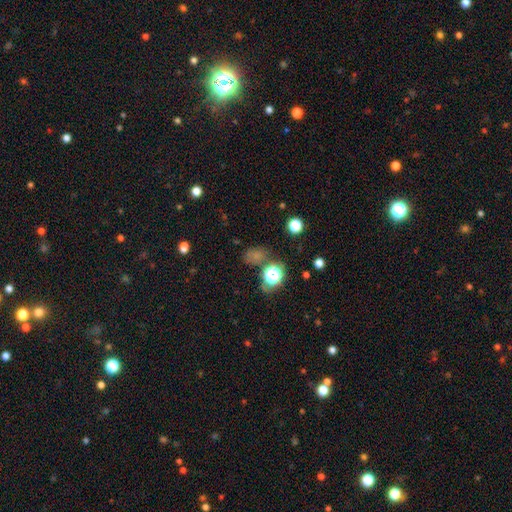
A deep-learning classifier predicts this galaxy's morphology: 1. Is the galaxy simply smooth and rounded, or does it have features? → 53% smooth, 39% star or artifact, 8% featured or disk.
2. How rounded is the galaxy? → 54% round, 44% in between, 2% cigar-shaped.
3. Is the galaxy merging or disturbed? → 66% none, 15% minor disturbance, 10% merger, 8% major disturbance.